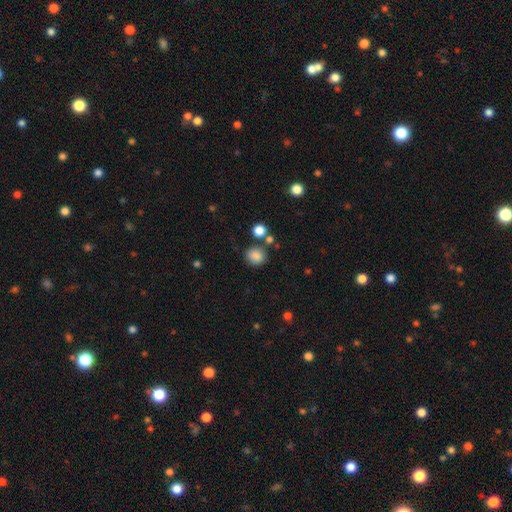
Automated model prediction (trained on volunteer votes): This appears to be a smooth galaxy with no disk features (85%) that is round (78%). Merging: none (76%).